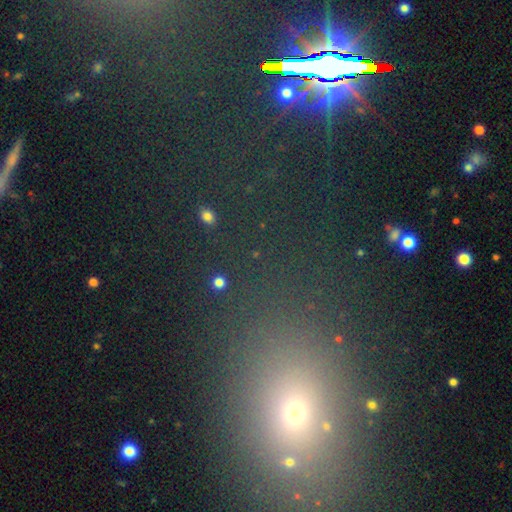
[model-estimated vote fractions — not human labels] Overall: star or artifact (56%; smooth 33%).